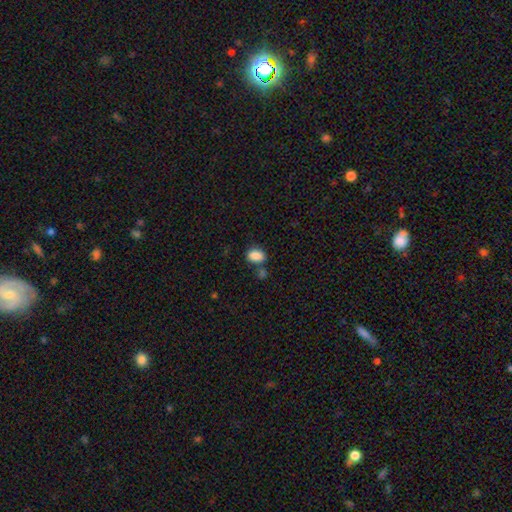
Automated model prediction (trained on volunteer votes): Morphology: type=smooth (87%); roundness=in between (79%); merging=none (64%).